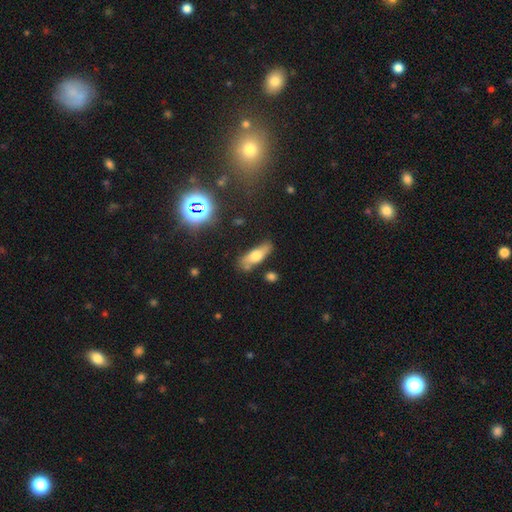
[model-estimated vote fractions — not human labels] Smooth or featured: smooth — 58% (featured or disk — 32%)
How rounded: in between — 59% (cigar-shaped — 37%)
Merging: none — 68% (minor disturbance — 20%)